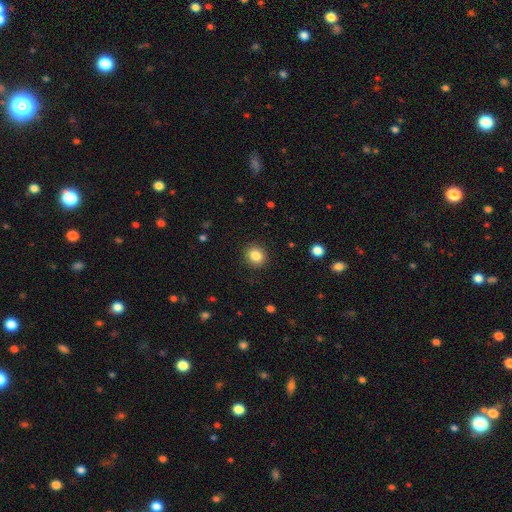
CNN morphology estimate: type=smooth (84%); roundness=round (83%); merging=none (90%).